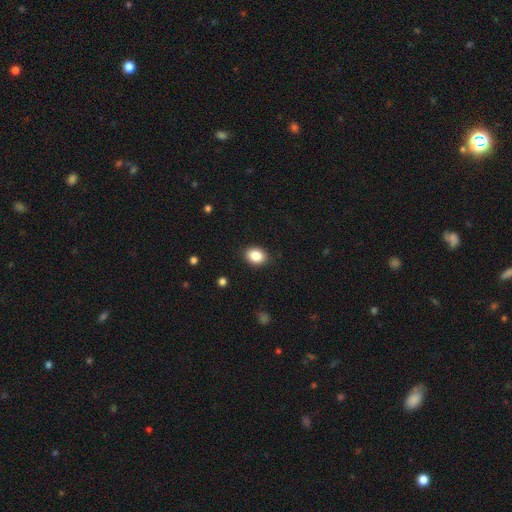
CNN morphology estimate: Smooth or featured?
  - smooth: 86% *
  - star or artifact: 9%
  - featured or disk: 5%
How rounded?
  - in between: 65% *
  - round: 34%
  - cigar-shaped: 1%
Merging?
  - none: 89% *
  - minor disturbance: 8%
  - major disturbance: 2%
  - merger: 1%